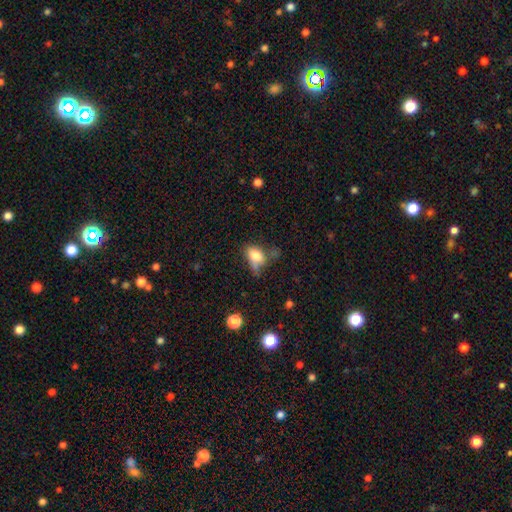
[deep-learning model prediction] This is likely a smooth galaxy (75%). How rounded: clearly in between (82%). Merging: marginally none (36%).